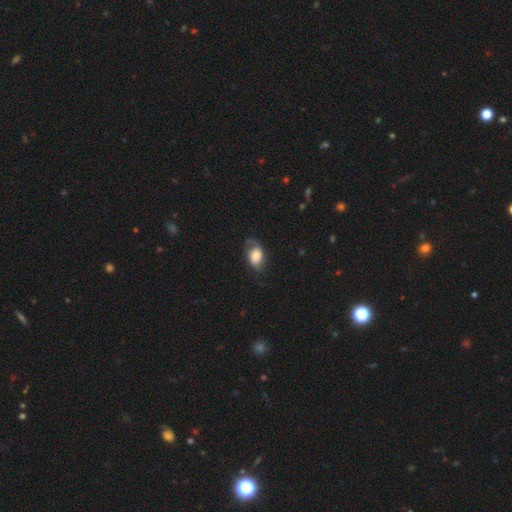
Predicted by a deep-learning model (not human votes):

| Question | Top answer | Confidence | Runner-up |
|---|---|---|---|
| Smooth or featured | smooth | 53% | featured or disk (39%) |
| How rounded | in between | 84% | round (15%) |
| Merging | none | 53% | minor disturbance (28%) |